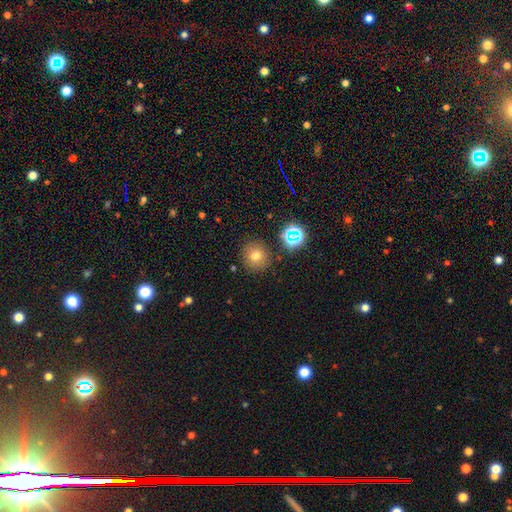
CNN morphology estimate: This is likely a smooth galaxy (70%). How rounded: clearly round (90%). Merging: clearly none (85%).